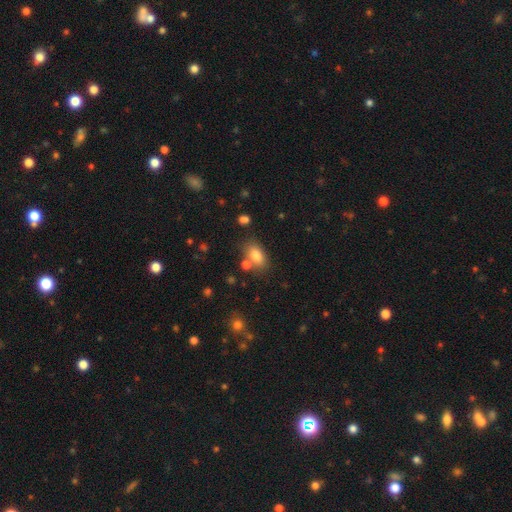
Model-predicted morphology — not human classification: Smooth or featured? Predicted: smooth (p=0.80). How rounded? Predicted: in between (p=0.87). Merging? Predicted: none (p=0.66).